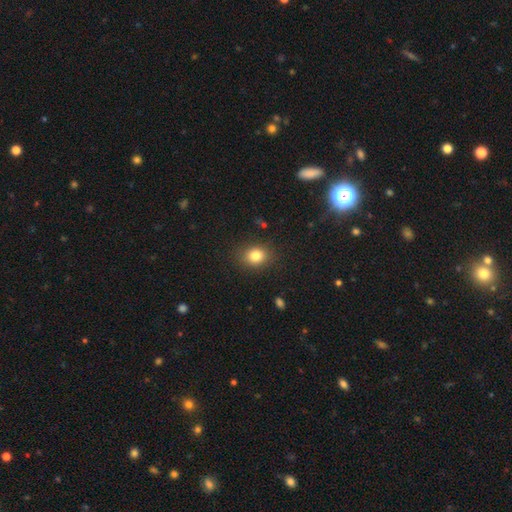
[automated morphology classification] This appears to be a smooth galaxy with no disk features (82%) that is round (55%). Merging: none (86%).